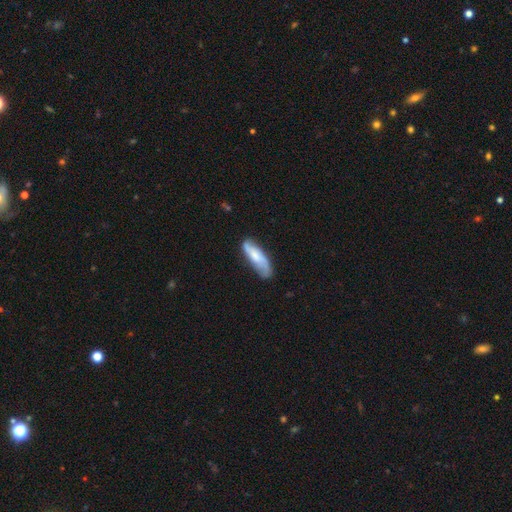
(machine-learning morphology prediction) Smooth or featured?
  - featured or disk: 48% *
  - smooth: 46%
  - star or artifact: 6%
Merging?
  - none: 67% *
  - minor disturbance: 24%
  - major disturbance: 7%
  - merger: 2%